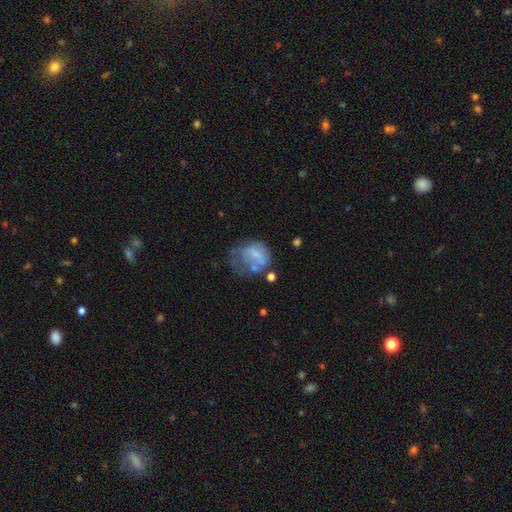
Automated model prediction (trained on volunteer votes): smooth 50%, featured or disk 39%, star or artifact 11%. Down the decision tree: how rounded — round (54%); merging — major disturbance (39%).